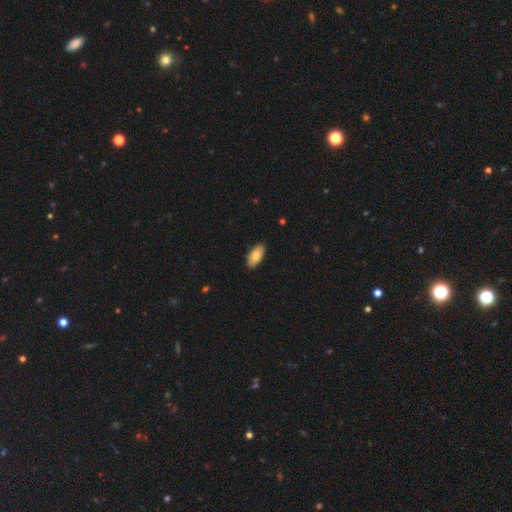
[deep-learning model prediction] This is clearly a smooth galaxy (82%). How rounded: clearly in between (92%). Merging: clearly none (88%).